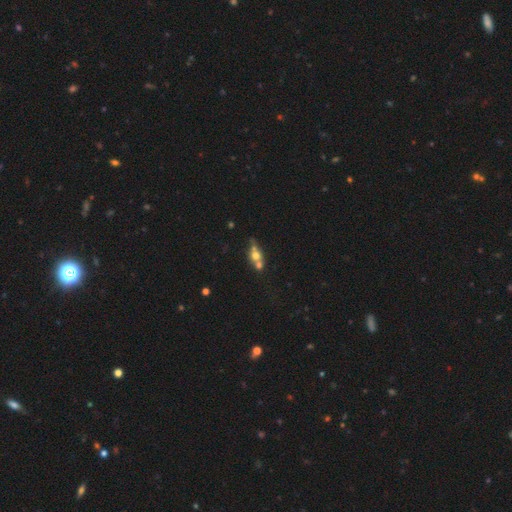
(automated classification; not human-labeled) A smooth galaxy with no disk features (52%) that is round (52%). Merging: merger (51%).